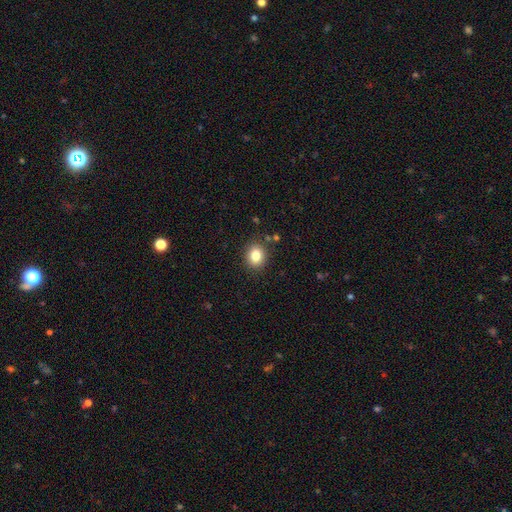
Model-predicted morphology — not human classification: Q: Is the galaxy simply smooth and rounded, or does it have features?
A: smooth — 83%.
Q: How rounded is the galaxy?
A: round — 64%.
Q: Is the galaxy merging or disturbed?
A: none — 87%.